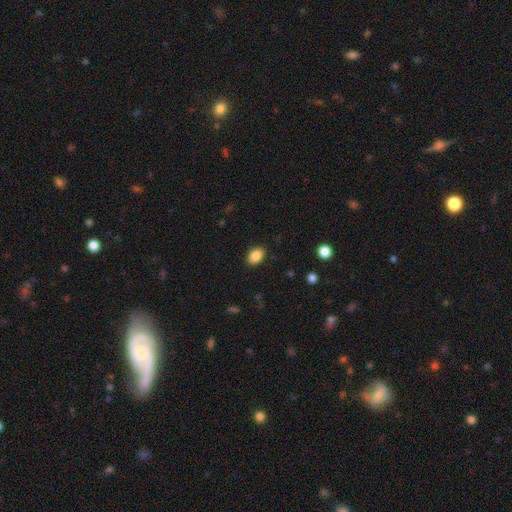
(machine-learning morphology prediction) A smooth galaxy with no disk features (87%) that is in between round and cigar-shaped (80%).

Vote fractions:
- Smooth or featured? smooth: 87% / star or artifact: 9% / featured or disk: 5%
- How rounded? in between: 80% / round: 19% / cigar-shaped: 1%
- Merging? none: 88% / minor disturbance: 9% / major disturbance: 2% / merger: 1%